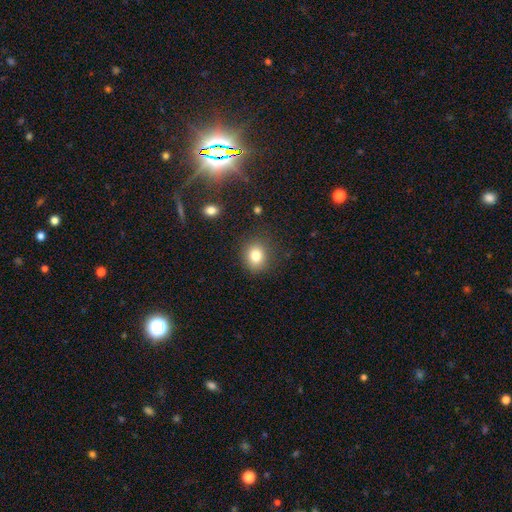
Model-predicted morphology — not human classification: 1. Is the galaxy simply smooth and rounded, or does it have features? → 82% smooth, 11% star or artifact, 7% featured or disk.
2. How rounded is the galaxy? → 69% round, 30% in between, 1% cigar-shaped.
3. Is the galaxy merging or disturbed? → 85% none, 10% minor disturbance, 4% major disturbance, 2% merger.